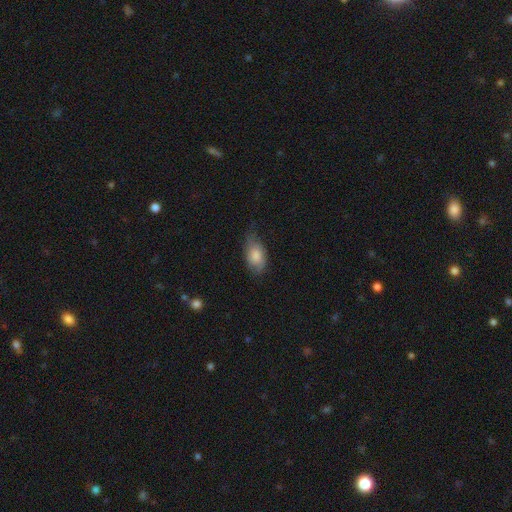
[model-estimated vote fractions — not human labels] This is likely a smooth galaxy (78%). How rounded: clearly in between (91%). Merging: possibly none (54%).